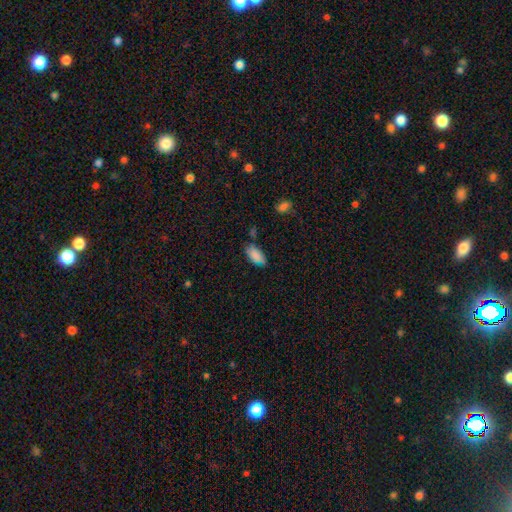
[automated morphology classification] The model was most divided on "merging": none: 59%, minor disturbance: 28%, major disturbance: 6%, merger: 6%. More confident: how rounded — in between (90%); smooth or featured — smooth (83%).